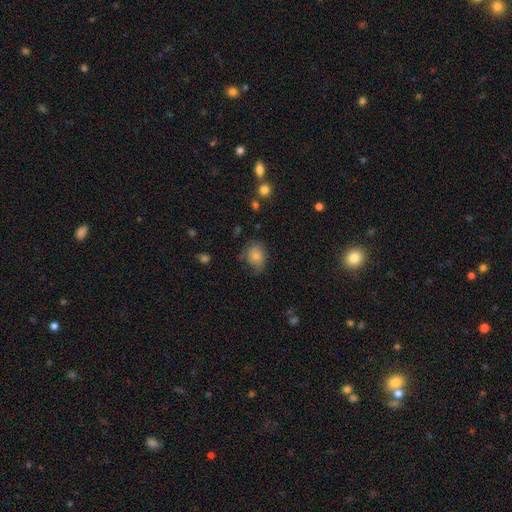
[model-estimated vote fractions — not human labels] smooth_or_featured: smooth (p=0.79) [alt: featured or disk p=0.12]
how_rounded: round (p=0.56) [alt: in between p=0.43]
merging: none (p=0.57) [alt: minor disturbance p=0.31]